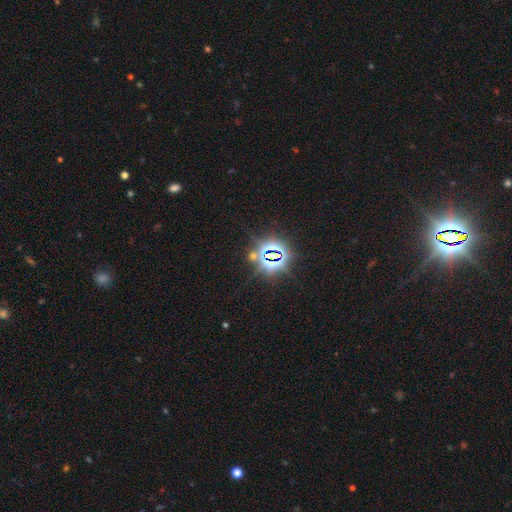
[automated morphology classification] star or artifact 82%, smooth 10%, featured or disk 8%.